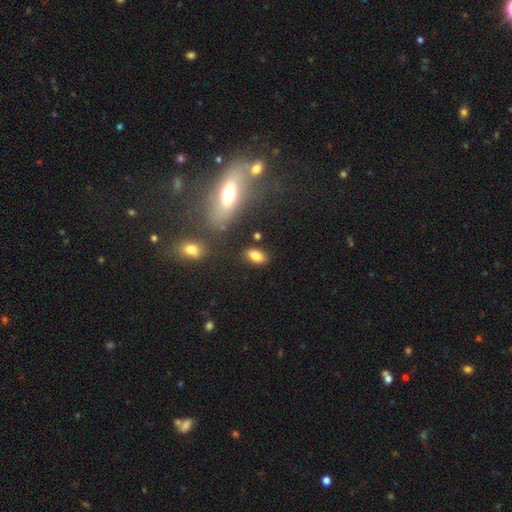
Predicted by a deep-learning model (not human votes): The model was most divided on "merging": none: 81%, minor disturbance: 12%, merger: 4%, major disturbance: 4%. More confident: how rounded — in between (88%); smooth or featured — smooth (82%).